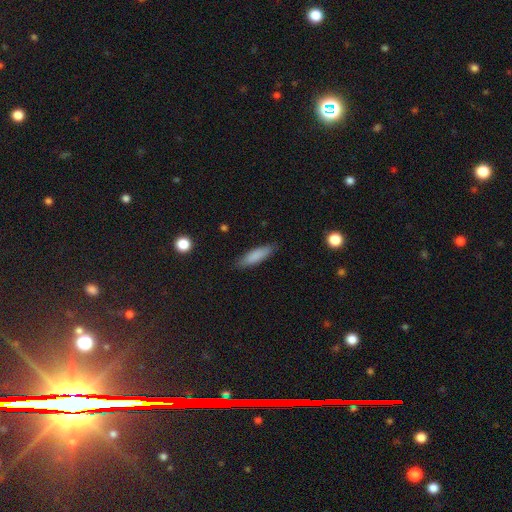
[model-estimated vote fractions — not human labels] smooth-or-featured: smooth: 84% | featured or disk: 10% | star or artifact: 6%
  how-rounded: cigar-shaped: 62% | in between: 37% | round: 2%
  merging: none: 84% | minor disturbance: 12% | major disturbance: 2% | merger: 1%